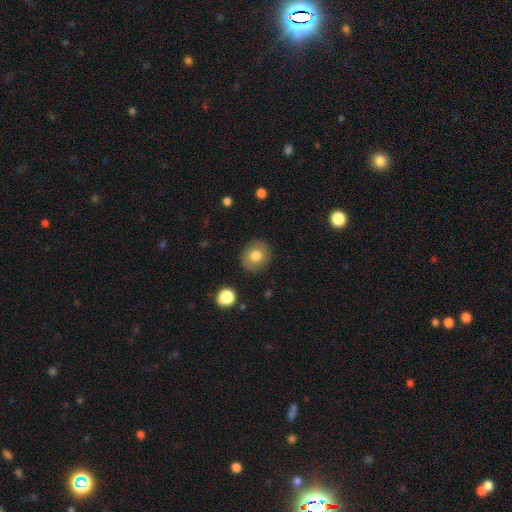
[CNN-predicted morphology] type=smooth (79%); roundness=round (76%); merging=none (87%).